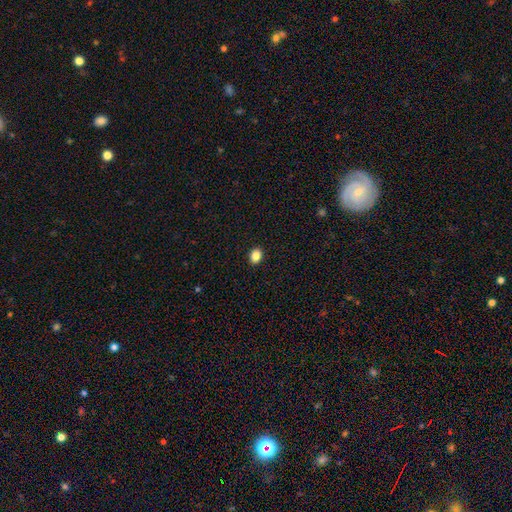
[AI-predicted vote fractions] Overall: smooth (86%). How rounded: in between (62%; round 37%). Merging: none (91%).